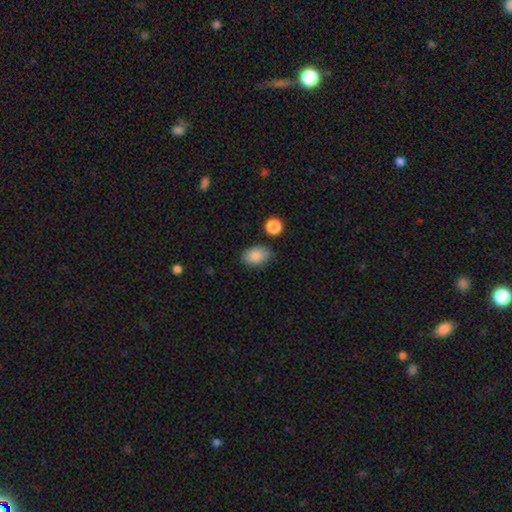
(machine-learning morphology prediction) Overall: smooth (87%). How rounded: in between (88%). Merging: none (78%).